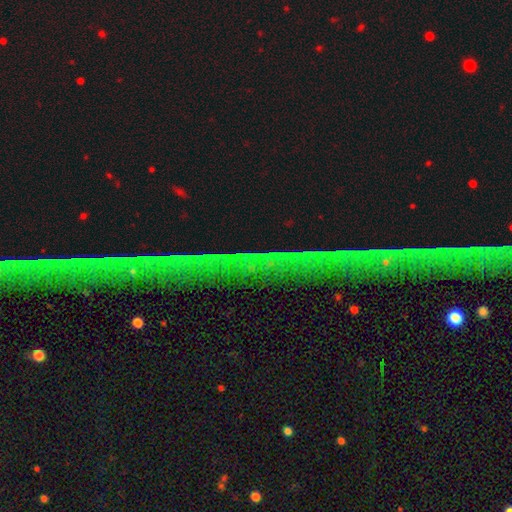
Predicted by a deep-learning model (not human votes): star or artifact 87%, featured or disk 7%, smooth 6%.